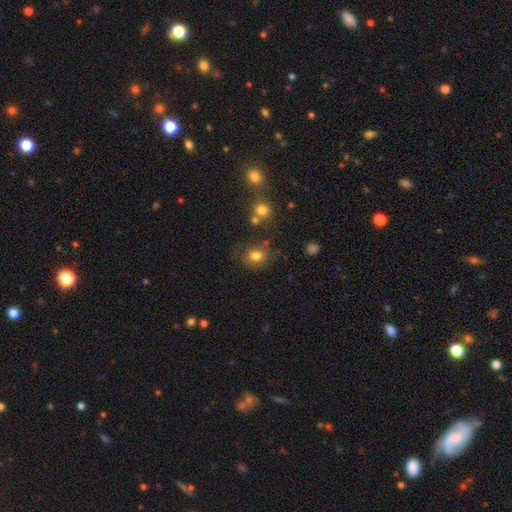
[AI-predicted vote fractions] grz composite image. It shows a smooth galaxy with no disk features (79%) that is round (60%). Merging: none (73%).